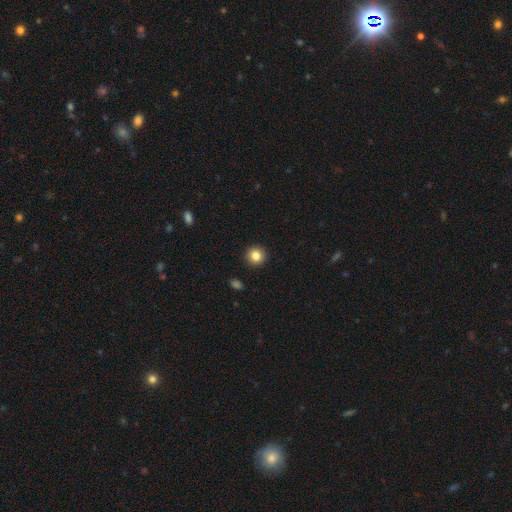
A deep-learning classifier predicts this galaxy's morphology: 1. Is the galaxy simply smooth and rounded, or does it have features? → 85% smooth, 10% star or artifact, 5% featured or disk.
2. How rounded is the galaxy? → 94% round, 5% in between, 1% cigar-shaped.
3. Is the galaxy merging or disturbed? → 93% none, 5% minor disturbance, 2% major disturbance, 1% merger.